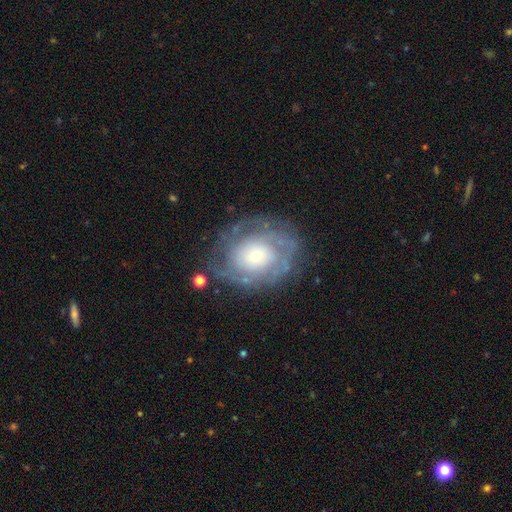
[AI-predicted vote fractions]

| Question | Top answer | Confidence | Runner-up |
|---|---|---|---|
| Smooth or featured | featured or disk | 74% | smooth (19%) |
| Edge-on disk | no | 97% | yes (3%) |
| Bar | no | 80% | weak (16%) |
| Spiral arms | yes | 84% | no (16%) |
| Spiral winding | tight | 65% | medium (26%) |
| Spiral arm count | can't tell | 44% | 2 (24%) |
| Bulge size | small | 42% | moderate (34%) |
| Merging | none | 71% | minor disturbance (18%) |